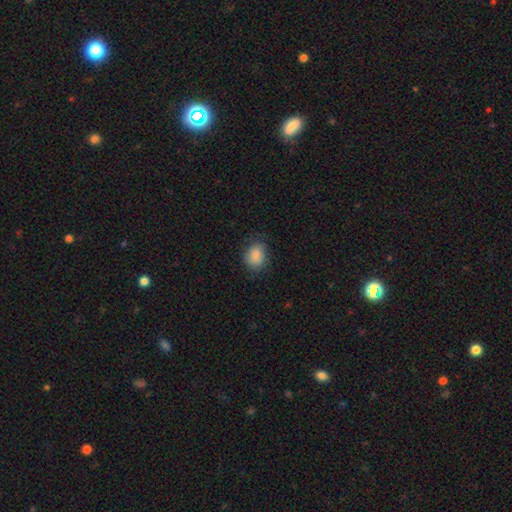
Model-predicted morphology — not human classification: Smooth or featured?
  - smooth: 85% *
  - star or artifact: 8%
  - featured or disk: 6%
How rounded?
  - in between: 55% *
  - round: 44%
  - cigar-shaped: 1%
Merging?
  - none: 74% *
  - minor disturbance: 19%
  - major disturbance: 5%
  - merger: 1%